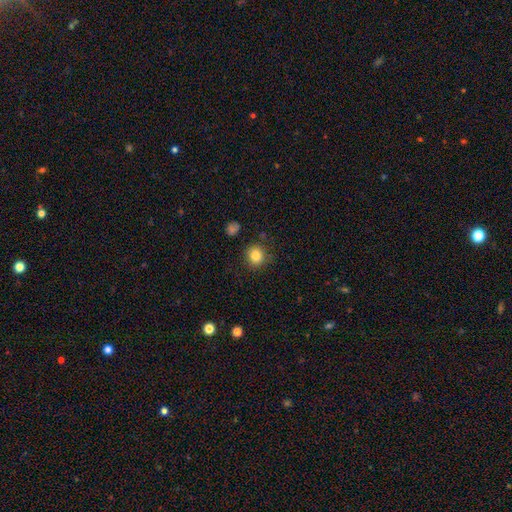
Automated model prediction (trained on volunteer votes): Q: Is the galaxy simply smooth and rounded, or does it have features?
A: smooth — 83%.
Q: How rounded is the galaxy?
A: round — 88%.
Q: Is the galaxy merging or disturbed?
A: none — 87%.